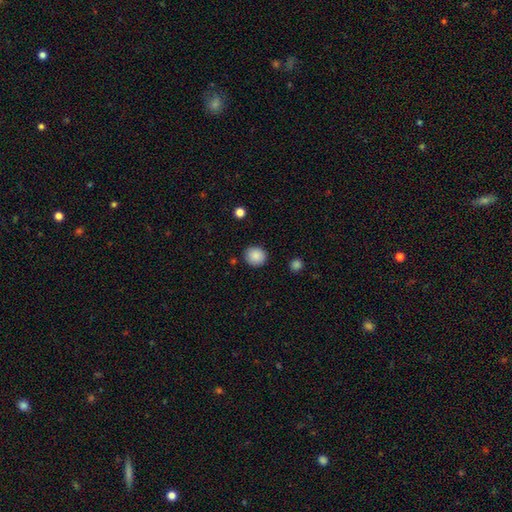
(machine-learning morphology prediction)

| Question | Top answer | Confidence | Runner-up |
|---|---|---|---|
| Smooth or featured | smooth | 88% | star or artifact (8%) |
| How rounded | round | 86% | in between (13%) |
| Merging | none | 88% | minor disturbance (8%) |